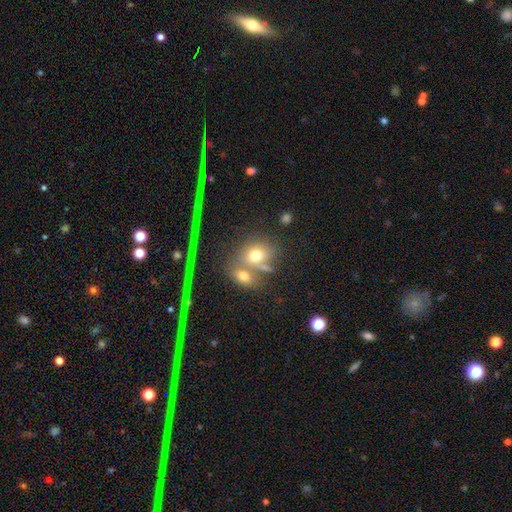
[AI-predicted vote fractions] Morphology: type=smooth (69%); roundness=round (50%); merging=none (42%).